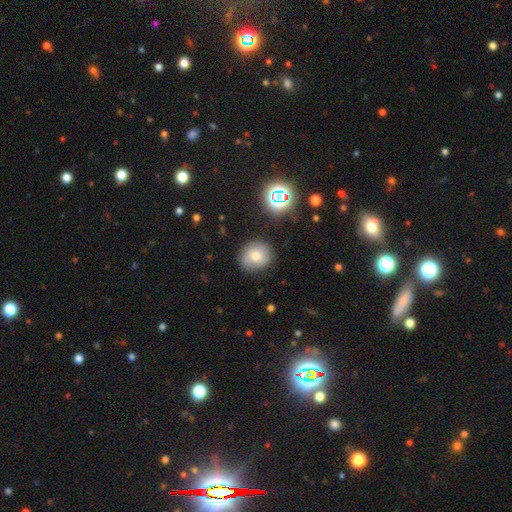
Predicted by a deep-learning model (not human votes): This is likely a smooth galaxy (64%). How rounded: clearly round (81%). Merging: clearly none (81%).